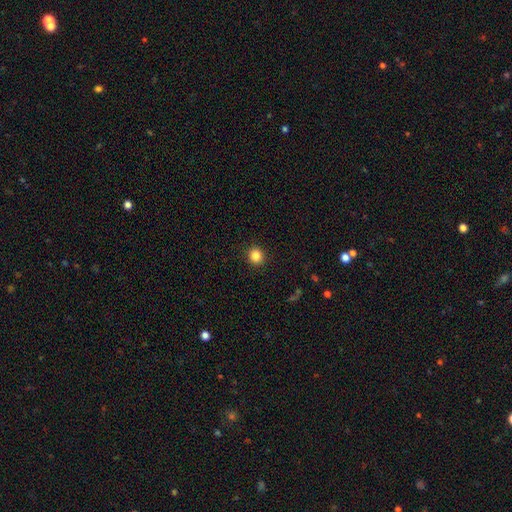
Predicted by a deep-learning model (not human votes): Smooth or featured: smooth — 84% (star or artifact — 11%)
How rounded: round — 89% (in between — 10%)
Merging: none — 92% (minor disturbance — 5%)